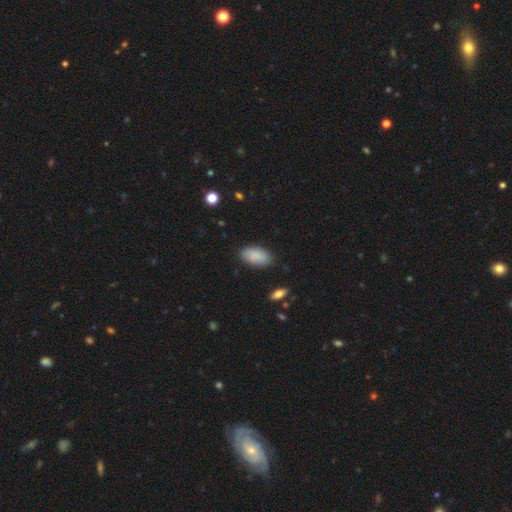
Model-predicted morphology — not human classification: Q: Smooth or featured?
A: smooth (89%); runner-up: star or artifact (6%)
Q: How rounded?
A: in between (94%); runner-up: cigar-shaped (3%)
Q: Merging?
A: none (85%); runner-up: minor disturbance (11%)